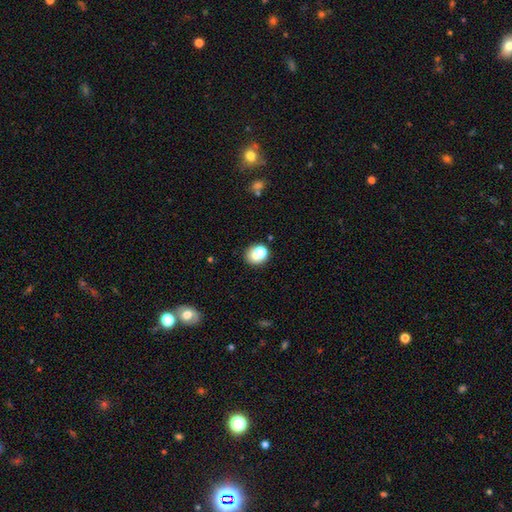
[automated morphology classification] type=smooth (71%); roundness=round (66%); merging=none (53%).